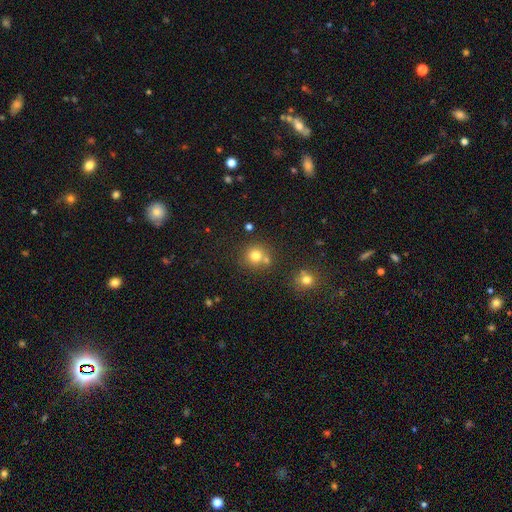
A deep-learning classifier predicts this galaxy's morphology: type=smooth (77%); roundness=round (91%); merging=none (67%).